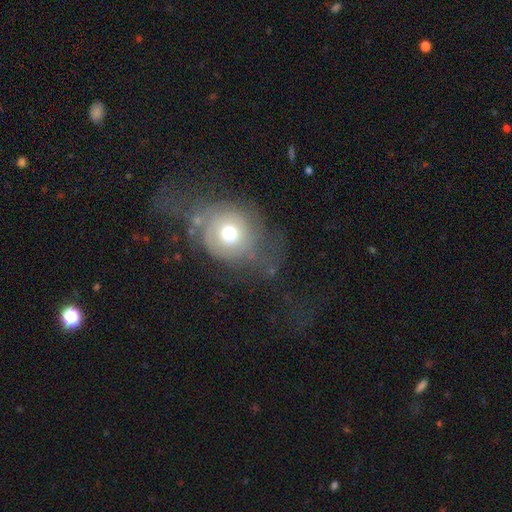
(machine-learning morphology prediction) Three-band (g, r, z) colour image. It shows a featured or disk galaxy (51%). Merging: none (42%).